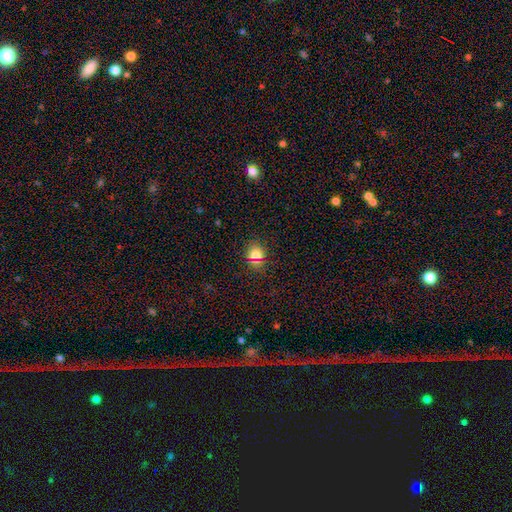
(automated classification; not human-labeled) Q: Smooth or featured?
A: smooth (73%); runner-up: star or artifact (21%)
Q: How rounded?
A: round (72%); runner-up: in between (26%)
Q: Merging?
A: none (87%); runner-up: minor disturbance (8%)